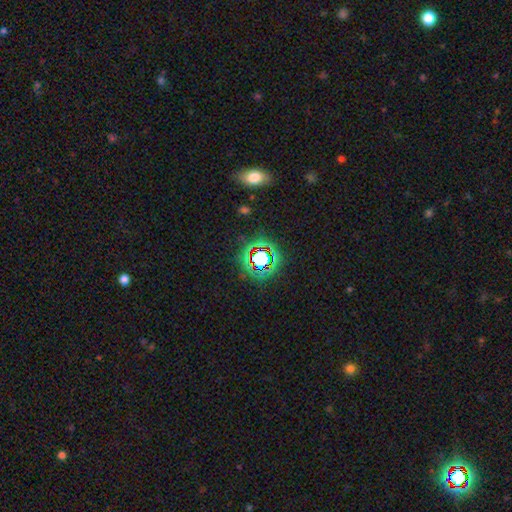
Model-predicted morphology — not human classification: A star or artifact, not a galaxy (68%).

Vote fractions:
- Smooth or featured? star or artifact: 68% / smooth: 20% / featured or disk: 12%